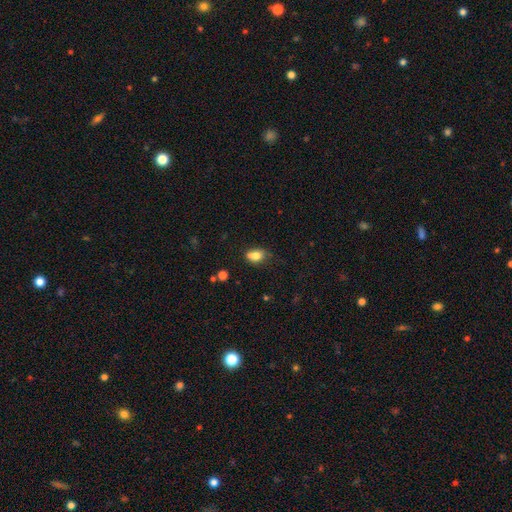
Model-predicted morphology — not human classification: A smooth galaxy with no disk features (77%) that is in between round and cigar-shaped (63%). Merging: none (46%).